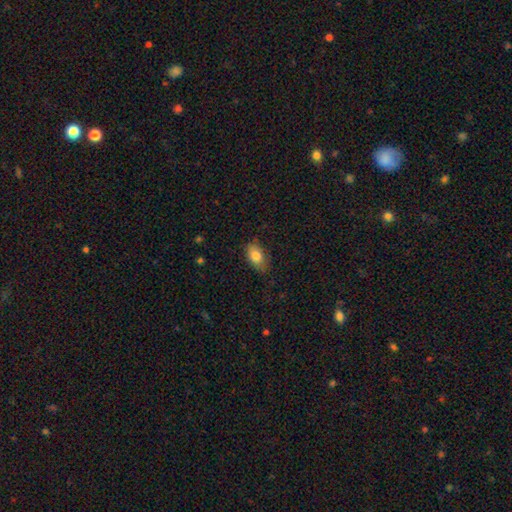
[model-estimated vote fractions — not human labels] A smooth galaxy with no disk features (82%) that is in between round and cigar-shaped (89%). Merging: none (74%).